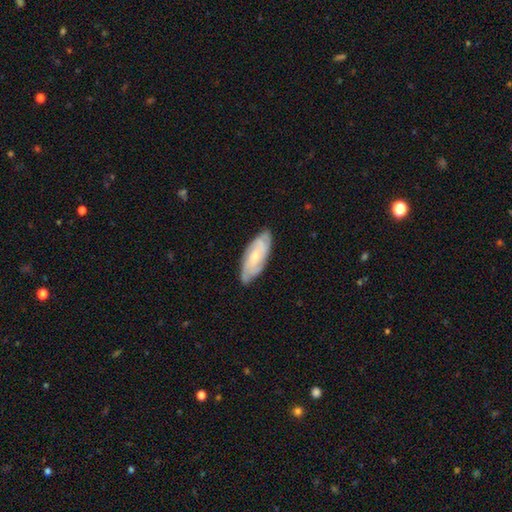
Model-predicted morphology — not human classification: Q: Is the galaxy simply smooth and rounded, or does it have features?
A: featured or disk — 68%.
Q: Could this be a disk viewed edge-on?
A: no — 89%.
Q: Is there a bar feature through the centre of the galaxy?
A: no — 64%.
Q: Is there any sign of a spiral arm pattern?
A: yes — 91%.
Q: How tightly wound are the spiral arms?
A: tight — 60%.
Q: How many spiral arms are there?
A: can't tell — 38%.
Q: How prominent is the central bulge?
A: small — 59%.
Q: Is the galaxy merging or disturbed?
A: none — 78%.